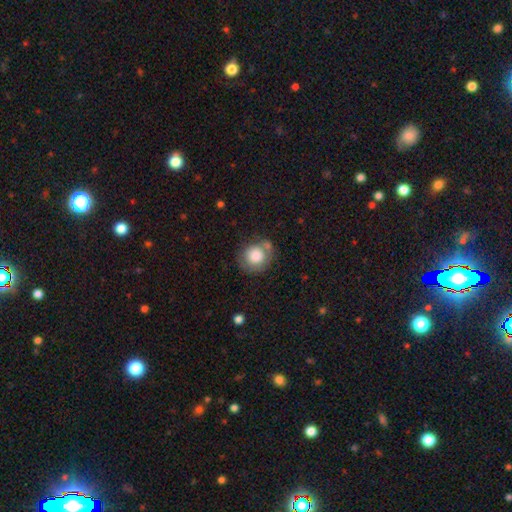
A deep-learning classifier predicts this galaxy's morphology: Smooth or featured? Predicted: smooth (p=0.77). How rounded? Predicted: round (p=0.82). Merging? Predicted: none (p=0.59).